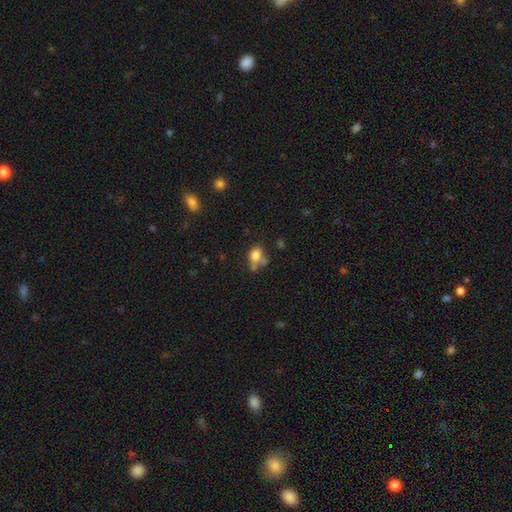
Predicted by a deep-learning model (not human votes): This appears to be a smooth galaxy with no disk features (78%) that is in between round and cigar-shaped (72%). Merging: none (46%).